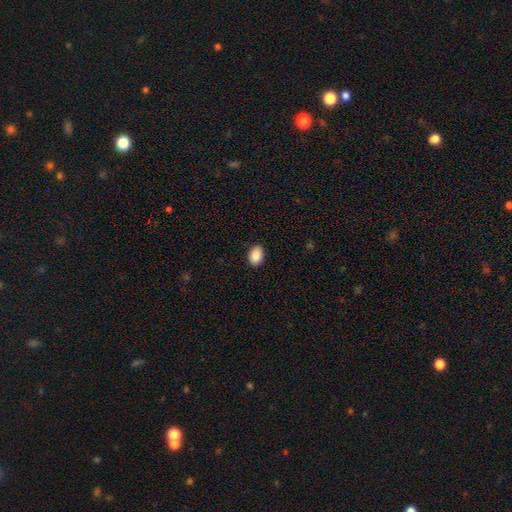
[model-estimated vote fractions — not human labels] smooth 90%, star or artifact 7%, featured or disk 3%. Down the decision tree: how rounded — in between (77%); merging — none (89%).